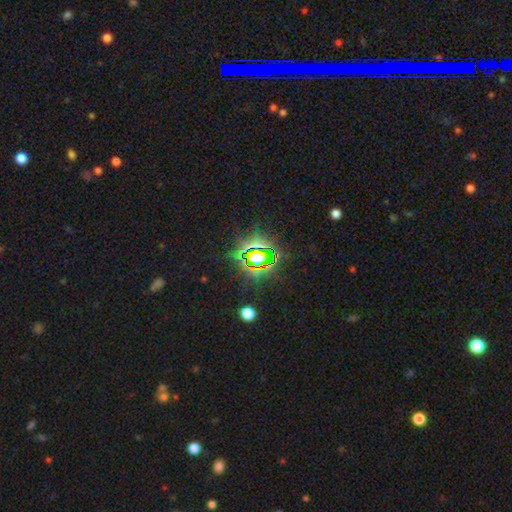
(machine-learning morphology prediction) Smooth or featured? star or artifact (78%)